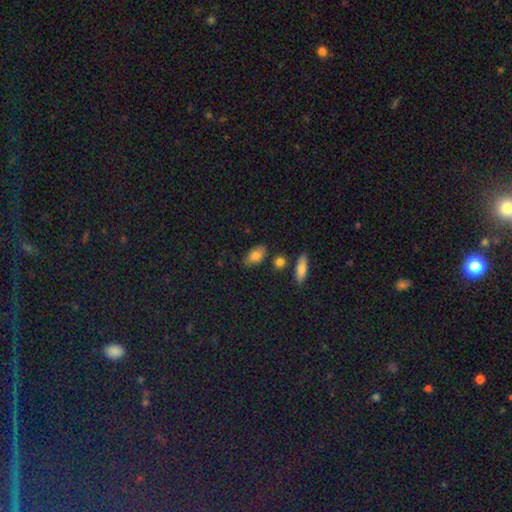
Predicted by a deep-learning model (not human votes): Smooth or featured: smooth — 81% (featured or disk — 11%)
How rounded: in between — 90% (round — 6%)
Merging: none — 76% (minor disturbance — 15%)